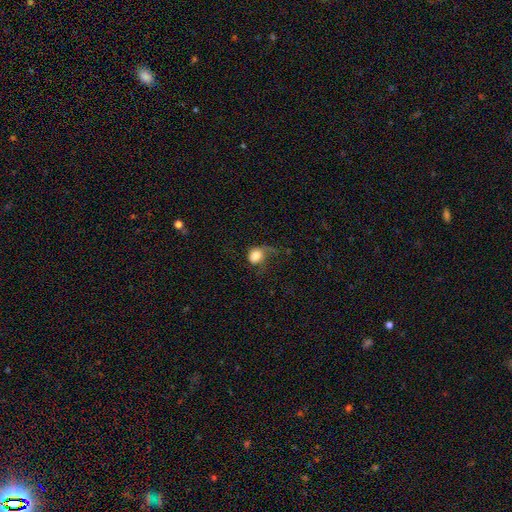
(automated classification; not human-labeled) Smooth or featured?
  - smooth: 69% *
  - featured or disk: 22%
  - star or artifact: 9%
How rounded?
  - round: 60% *
  - in between: 39%
  - cigar-shaped: 1%
Merging?
  - major disturbance: 43% *
  - none: 30%
  - minor disturbance: 25%
  - merger: 3%